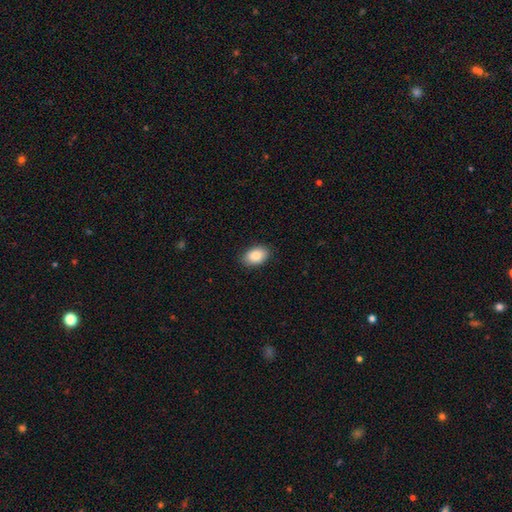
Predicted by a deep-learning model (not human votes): Morphology: type=smooth (87%); roundness=in between (88%); merging=none (88%).